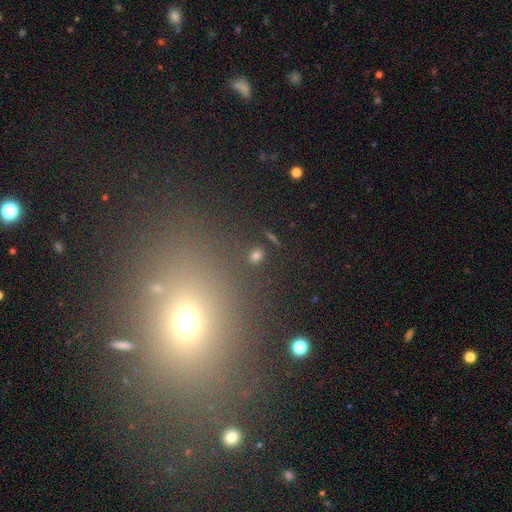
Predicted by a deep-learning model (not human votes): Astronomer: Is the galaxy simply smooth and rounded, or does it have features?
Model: smooth — 60%.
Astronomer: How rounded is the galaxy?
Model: round — 51% (runner-up: in between, 42%).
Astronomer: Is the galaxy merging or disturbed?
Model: none — 86%.